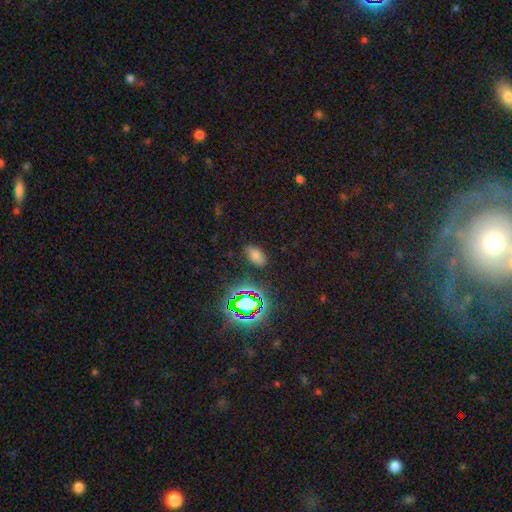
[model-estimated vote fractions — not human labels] Smooth or featured? smooth (66%)
How rounded? in between (91%)
Merging? none (85%)